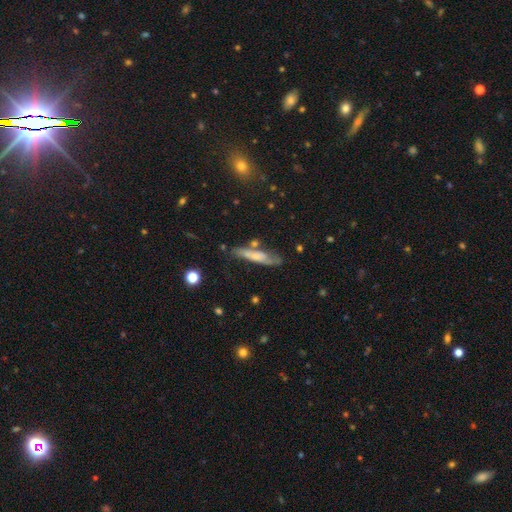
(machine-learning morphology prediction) Overall: smooth (55%; featured or disk 38%). How rounded: cigar-shaped (83%). Merging: none (64%).